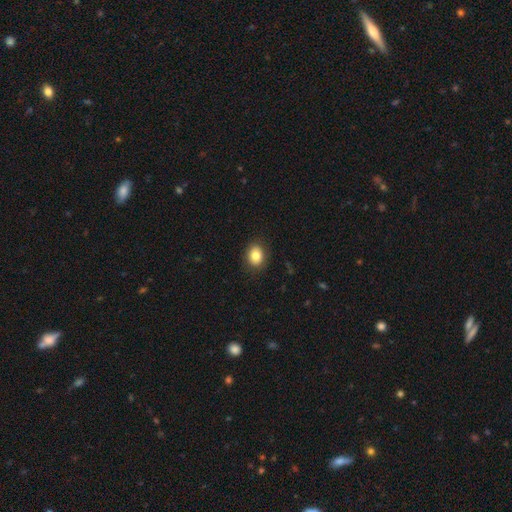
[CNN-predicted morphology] Smooth or featured: smooth — 83% (star or artifact — 9%)
How rounded: round — 52% (in between — 47%)
Merging: none — 88% (minor disturbance — 8%)